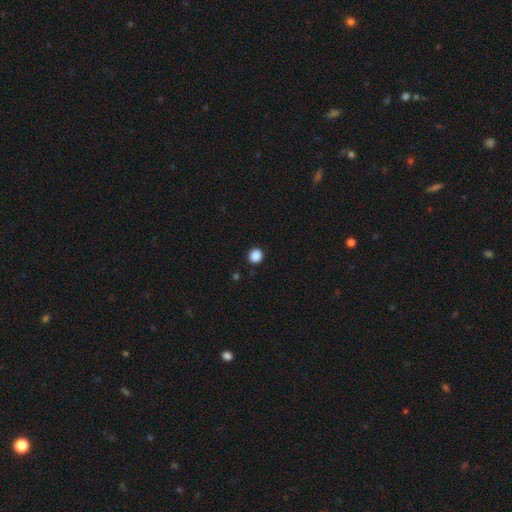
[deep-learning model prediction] smooth_or_featured: smooth (p=0.88) [alt: star or artifact p=0.10]
how_rounded: round (p=0.86) [alt: in between p=0.13]
merging: none (p=0.91) [alt: minor disturbance p=0.06]